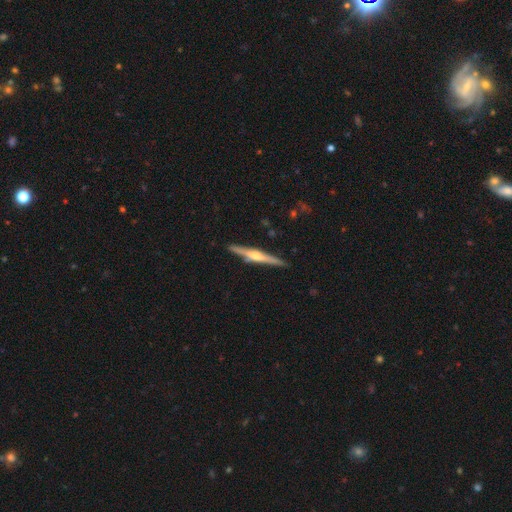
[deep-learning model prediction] The model was most divided on "smooth or featured": featured or disk: 78%, smooth: 17%, star or artifact: 5%. More confident: edge-on disk — yes (98%); merging — none (89%); edge-on bulge — rounded (89%).